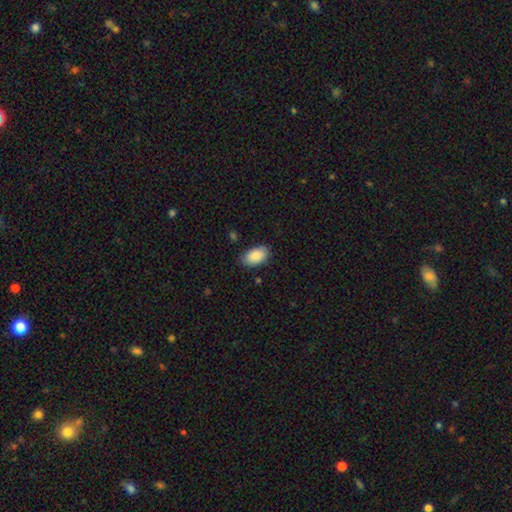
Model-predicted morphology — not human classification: smooth_or_featured: smooth (p=0.90) [alt: star or artifact p=0.06]
how_rounded: in between (p=0.94) [alt: round p=0.04]
merging: none (p=0.82) [alt: minor disturbance p=0.14]